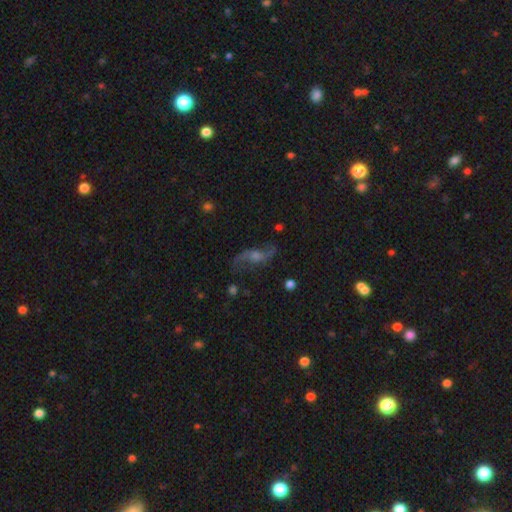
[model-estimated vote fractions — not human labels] A featured or disk galaxy (80%) with no bar (55%), 2 (92%) loose (82%) spiral arms (95%) and a moderate central bulge (48%). Merging: none (76%).